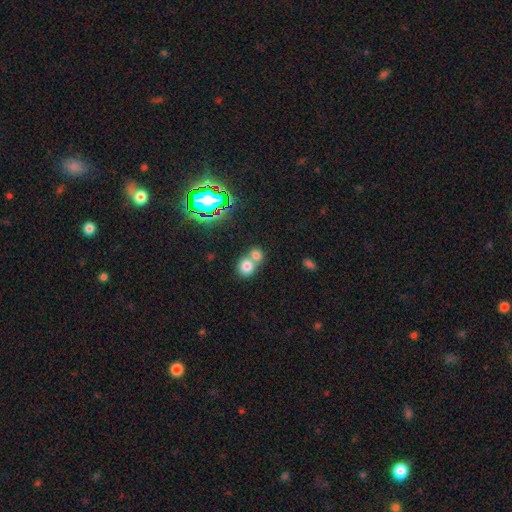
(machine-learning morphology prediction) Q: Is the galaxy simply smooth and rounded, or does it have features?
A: smooth — 74%.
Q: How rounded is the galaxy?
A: round — 75%.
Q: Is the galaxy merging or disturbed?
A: merger — 58%.